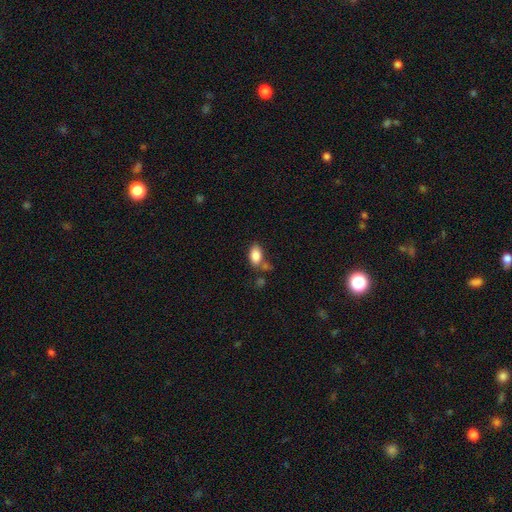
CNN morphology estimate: Smooth or featured? Predicted: smooth (p=0.85). How rounded? Predicted: in between (p=0.91). Merging? Predicted: none (p=0.60).